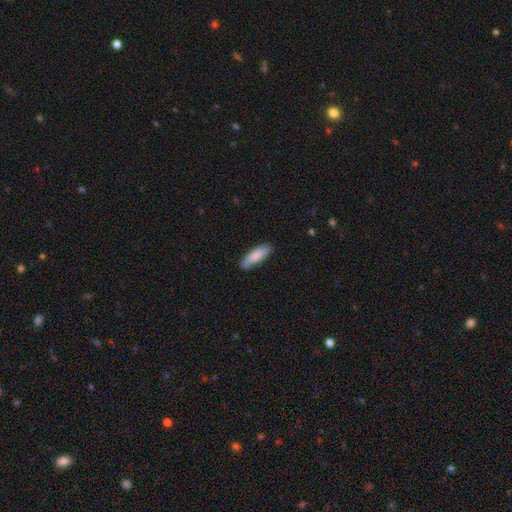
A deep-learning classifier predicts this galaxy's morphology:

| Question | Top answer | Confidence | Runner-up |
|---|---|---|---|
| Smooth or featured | smooth | 85% | featured or disk (10%) |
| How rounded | cigar-shaped | 51% | in between (47%) |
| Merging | none | 85% | minor disturbance (12%) |